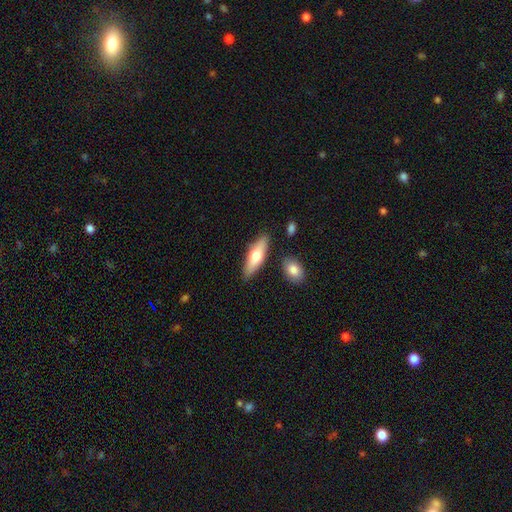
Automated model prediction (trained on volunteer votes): Overall: smooth (61%; featured or disk 33%). How rounded: in between (50%; cigar-shaped 48%). Merging: none (83%).